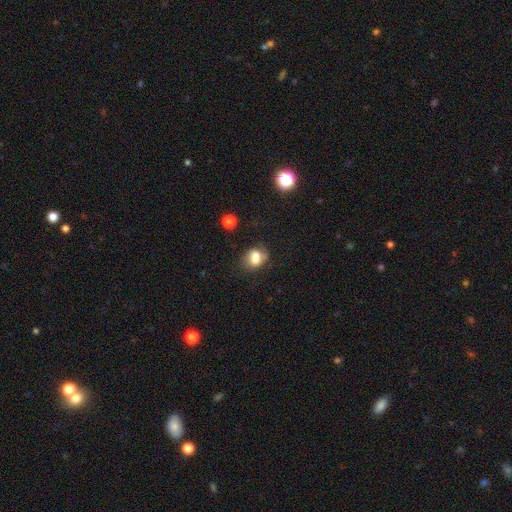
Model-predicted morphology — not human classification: smooth-or-featured: smooth: 70% | featured or disk: 18% | star or artifact: 12%
  how-rounded: in between: 52% | round: 47% | cigar-shaped: 1%
  merging: none: 45% | merger: 27% | minor disturbance: 20% | major disturbance: 8%